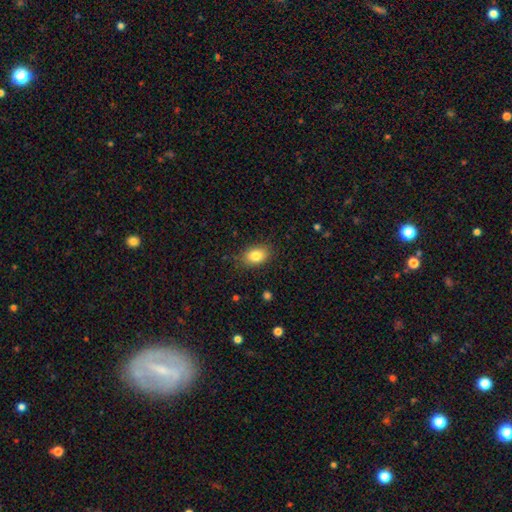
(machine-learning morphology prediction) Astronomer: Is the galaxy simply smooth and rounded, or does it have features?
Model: smooth — 83%.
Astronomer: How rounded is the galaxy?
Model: in between — 81%.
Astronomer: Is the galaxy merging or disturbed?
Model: none — 83%.